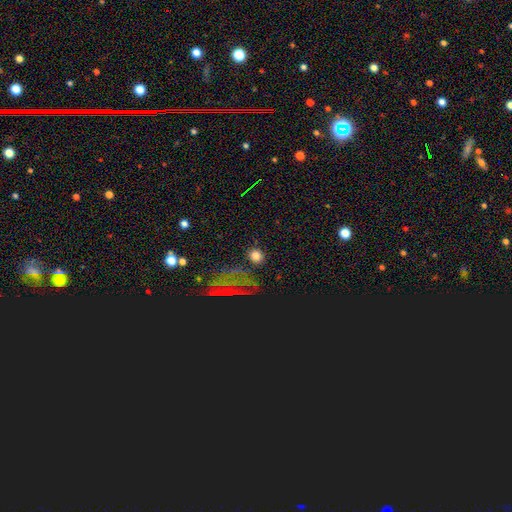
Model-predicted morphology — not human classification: A smooth galaxy with no disk features (77%) that is round (79%).

Vote fractions:
- Smooth or featured? smooth: 77% / star or artifact: 15% / featured or disk: 8%
- How rounded? round: 79% / in between: 20% / cigar-shaped: 2%
- Merging? none: 85% / minor disturbance: 9% / major disturbance: 4% / merger: 3%